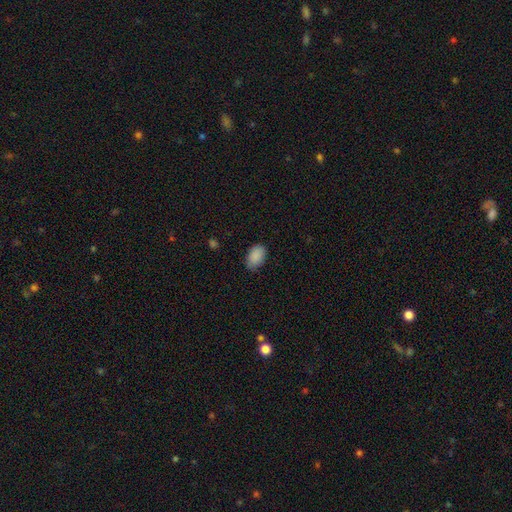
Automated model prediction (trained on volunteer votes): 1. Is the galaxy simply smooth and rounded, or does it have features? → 89% smooth, 7% star or artifact, 3% featured or disk.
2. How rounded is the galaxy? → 90% in between, 9% round, 1% cigar-shaped.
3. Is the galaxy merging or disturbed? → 81% none, 15% minor disturbance, 3% major disturbance, 1% merger.